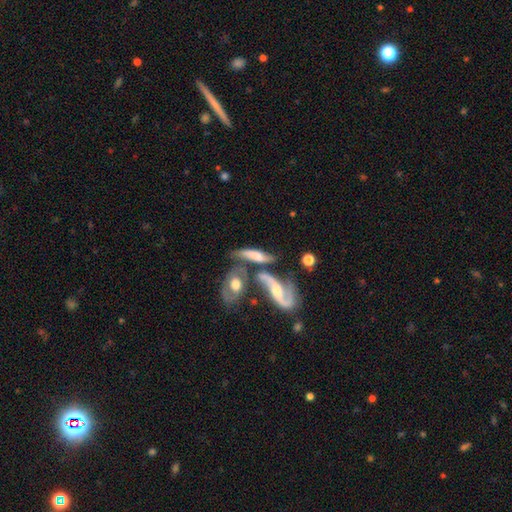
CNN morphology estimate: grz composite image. It shows a featured or disk galaxy (52%). Merging: merger (43%).